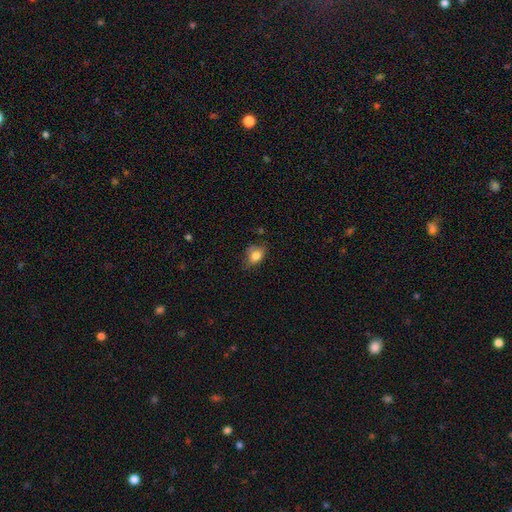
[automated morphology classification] Smooth or featured? smooth (81%)
How rounded? in between (71%)
Merging? none (56%)